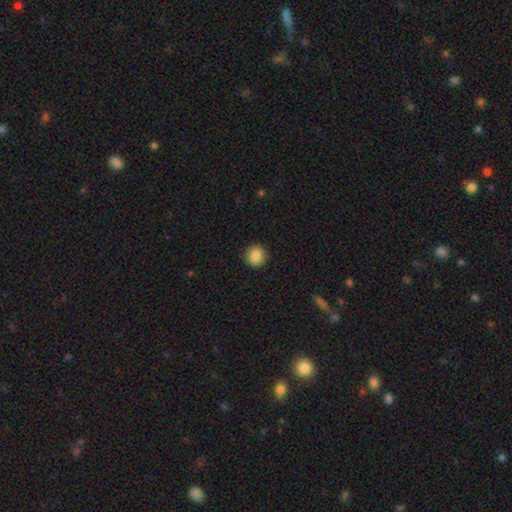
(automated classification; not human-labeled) A smooth galaxy with no disk features (86%) that is round (93%). Merging: none (90%).